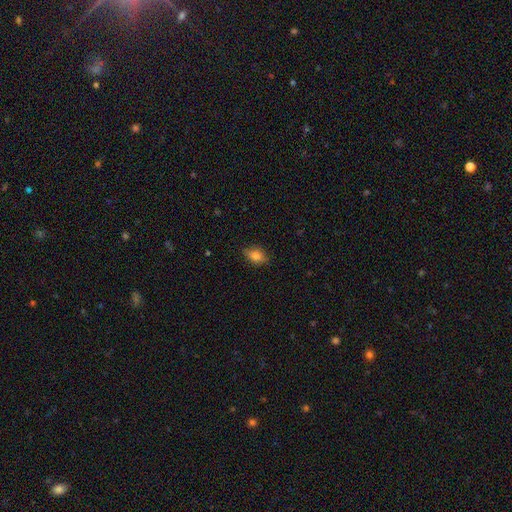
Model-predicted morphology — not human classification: Smooth or featured?
  - smooth: 70% *
  - featured or disk: 19%
  - star or artifact: 10%
How rounded?
  - in between: 78% *
  - round: 15%
  - cigar-shaped: 7%
Merging?
  - none: 79% *
  - minor disturbance: 17%
  - major disturbance: 3%
  - merger: 1%